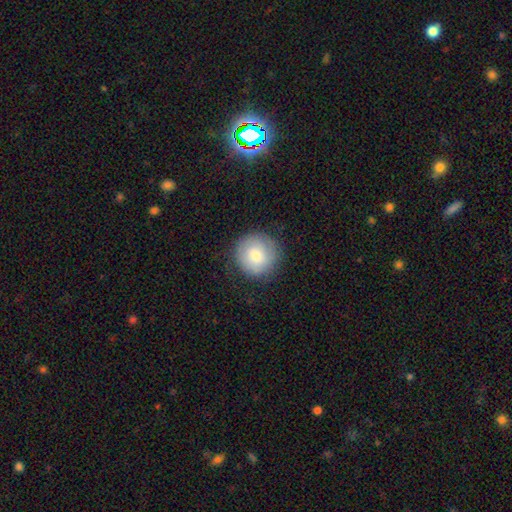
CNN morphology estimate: Q: Smooth or featured?
A: smooth (74%); runner-up: featured or disk (18%)
Q: How rounded?
A: round (94%); runner-up: in between (5%)
Q: Merging?
A: none (82%); runner-up: minor disturbance (13%)